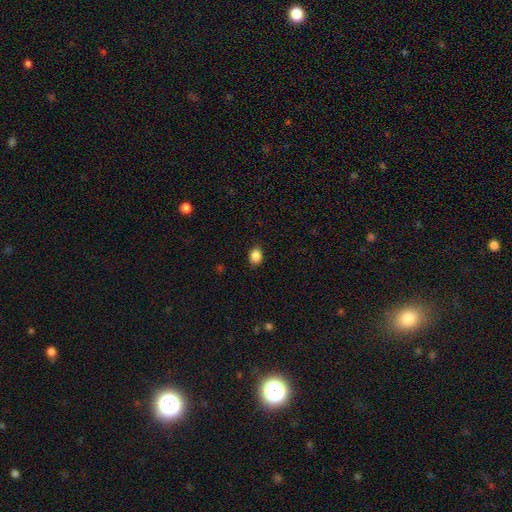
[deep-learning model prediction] Smooth or featured?
  - smooth: 86% *
  - star or artifact: 9%
  - featured or disk: 4%
How rounded?
  - in between: 56% *
  - round: 43%
  - cigar-shaped: 1%
Merging?
  - none: 88% *
  - minor disturbance: 9%
  - major disturbance: 2%
  - merger: 1%